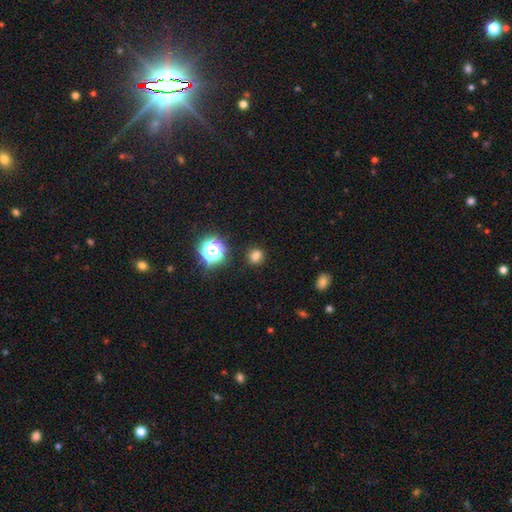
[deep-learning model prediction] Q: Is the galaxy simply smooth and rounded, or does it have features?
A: smooth — 75%.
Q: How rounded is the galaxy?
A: round — 68%.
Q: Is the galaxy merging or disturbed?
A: none — 84%.